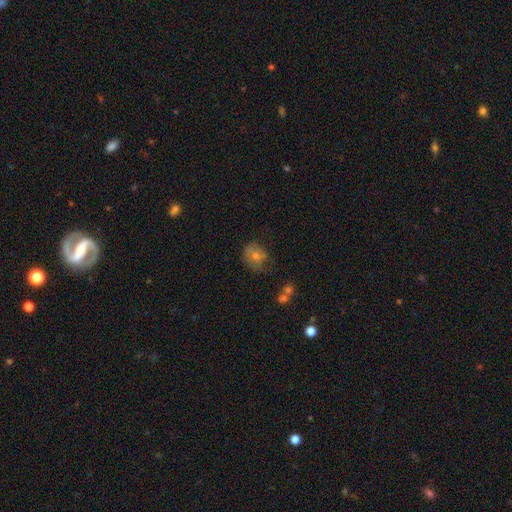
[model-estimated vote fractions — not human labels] A smooth galaxy with no disk features (50%).

Vote fractions:
- Smooth or featured? smooth: 50% / featured or disk: 33% / star or artifact: 17%
- Merging? none: 57% / minor disturbance: 25% / major disturbance: 13% / merger: 5%